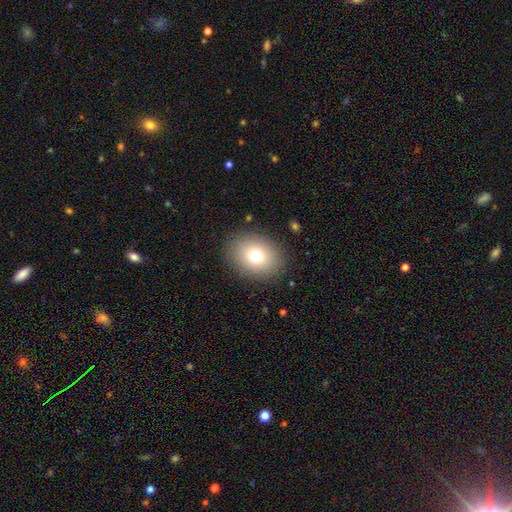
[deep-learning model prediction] Smooth or featured? smooth (75%)
How rounded? in between (56%)
Merging? none (88%)